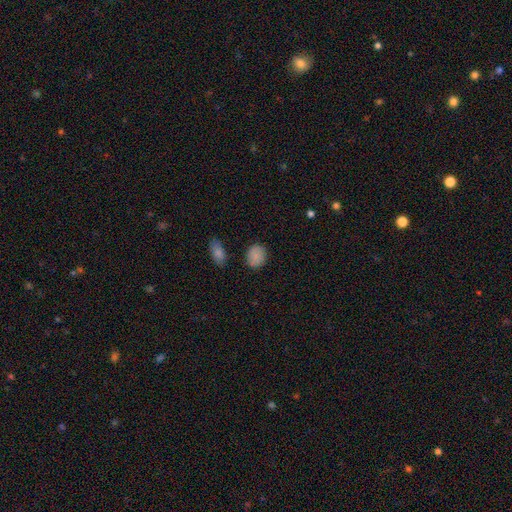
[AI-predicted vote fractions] smooth_or_featured: smooth (p=0.84) [alt: star or artifact p=0.08]
how_rounded: round (p=0.60) [alt: in between p=0.38]
merging: none (p=0.83) [alt: minor disturbance p=0.11]